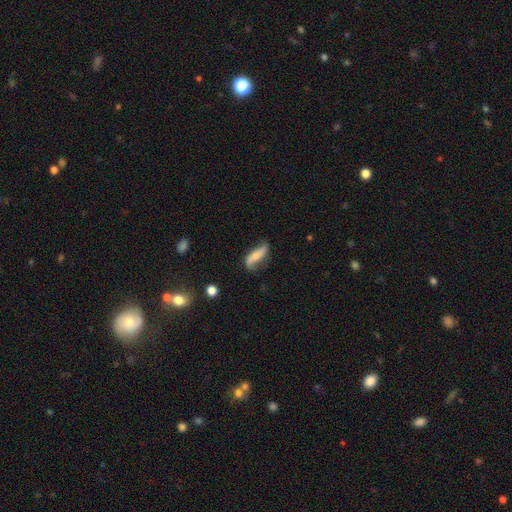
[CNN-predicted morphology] The model was most divided on "smooth or featured": featured or disk: 53%, smooth: 39%, star or artifact: 8%. More confident: edge-on disk — no (82%); merging — none (62%).